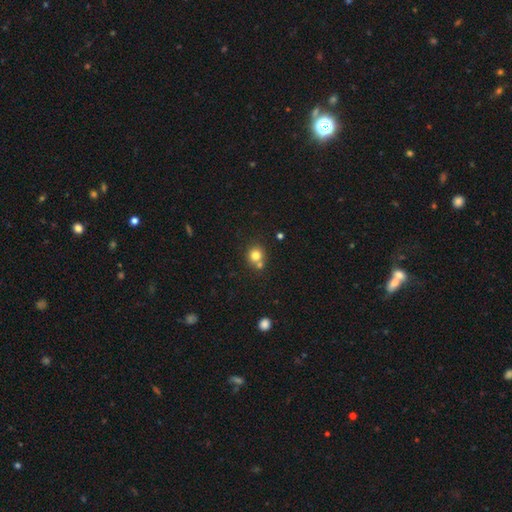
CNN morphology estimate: This is likely a smooth galaxy (78%). How rounded: clearly round (87%). Merging: possibly none (59%).